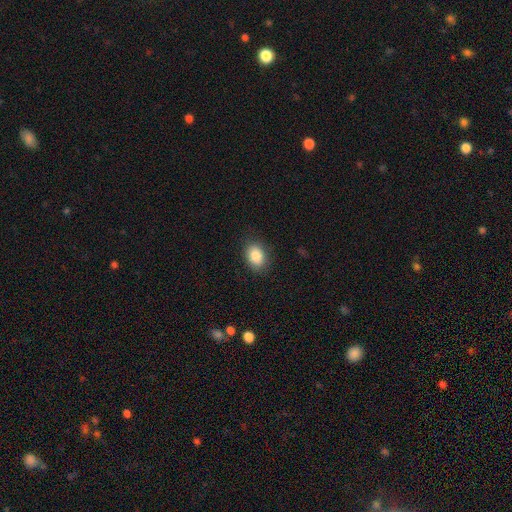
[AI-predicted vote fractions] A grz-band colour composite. It shows a smooth galaxy with no disk features (87%) that is in between round and cigar-shaped (73%). Merging: none (85%).